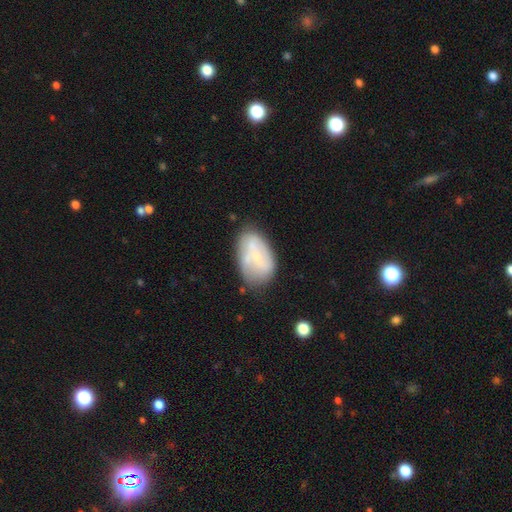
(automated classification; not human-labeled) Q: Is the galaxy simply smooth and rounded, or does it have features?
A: featured or disk — 49%.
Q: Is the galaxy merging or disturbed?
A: none — 59%.